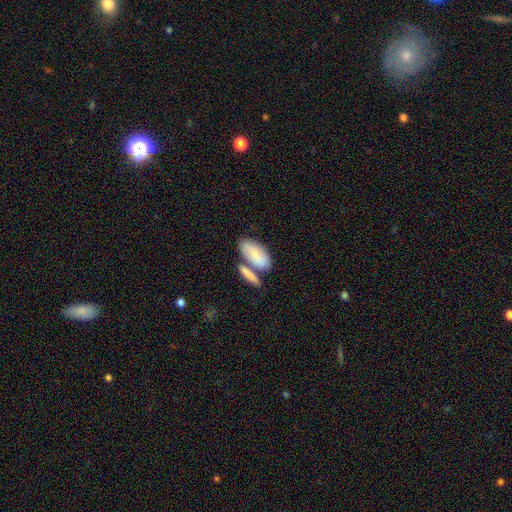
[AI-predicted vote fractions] Overall: smooth (73%). How rounded: in between (88%). Merging: none (44%; merger 38%).